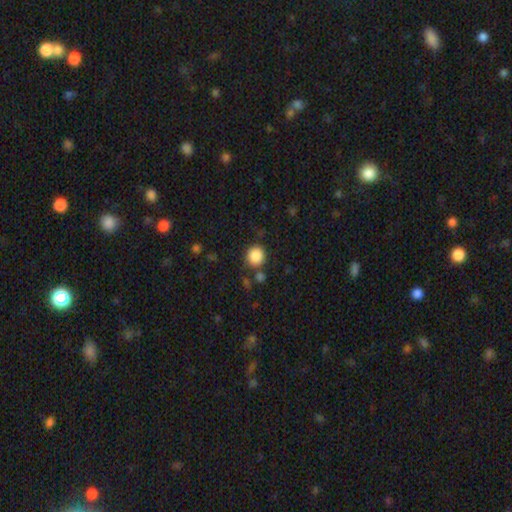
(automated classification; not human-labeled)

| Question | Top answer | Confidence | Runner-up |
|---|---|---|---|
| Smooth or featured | smooth | 87% | star or artifact (9%) |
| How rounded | round | 90% | in between (9%) |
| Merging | none | 82% | minor disturbance (9%) |